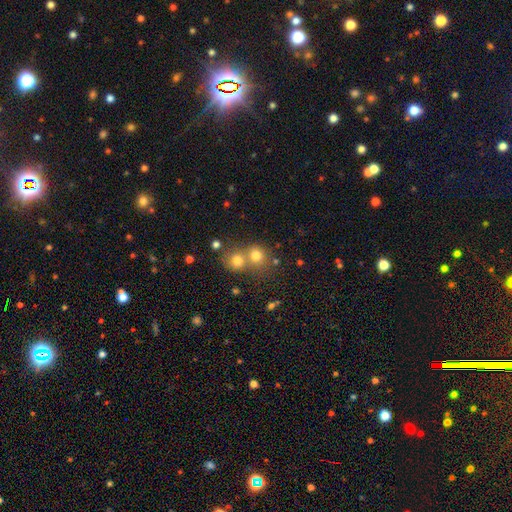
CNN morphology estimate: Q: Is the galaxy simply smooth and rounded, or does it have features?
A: smooth — 75%.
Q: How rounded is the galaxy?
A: round — 83%.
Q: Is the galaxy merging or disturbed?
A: merger — 47%.